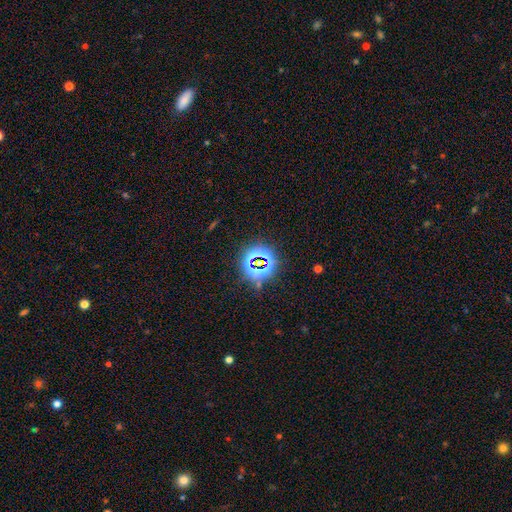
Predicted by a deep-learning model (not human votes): Smooth or featured? Predicted: star or artifact (p=0.74).